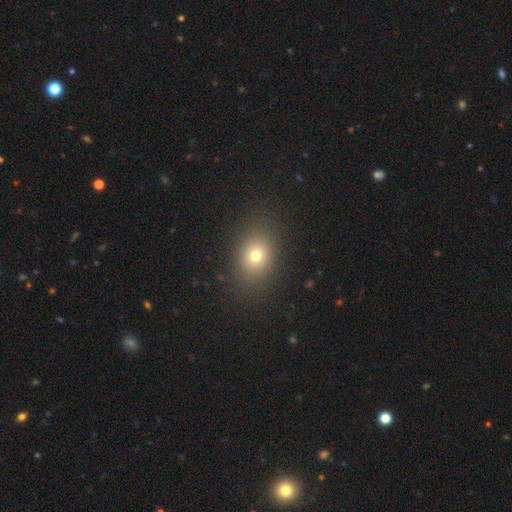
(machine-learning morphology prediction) Q: Smooth or featured?
A: smooth (73%); runner-up: star or artifact (16%)
Q: How rounded?
A: in between (57%); runner-up: round (42%)
Q: Merging?
A: none (86%); runner-up: minor disturbance (9%)